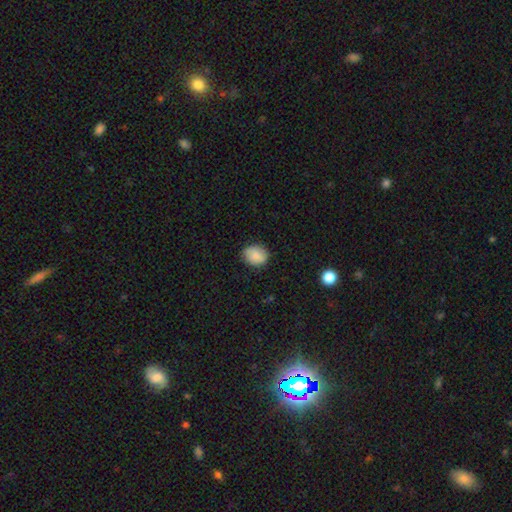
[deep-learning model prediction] smooth-or-featured: smooth: 82% | featured or disk: 10% | star or artifact: 8%
  how-rounded: round: 57% | in between: 42% | cigar-shaped: 1%
  merging: none: 83% | minor disturbance: 13% | major disturbance: 3% | merger: 1%